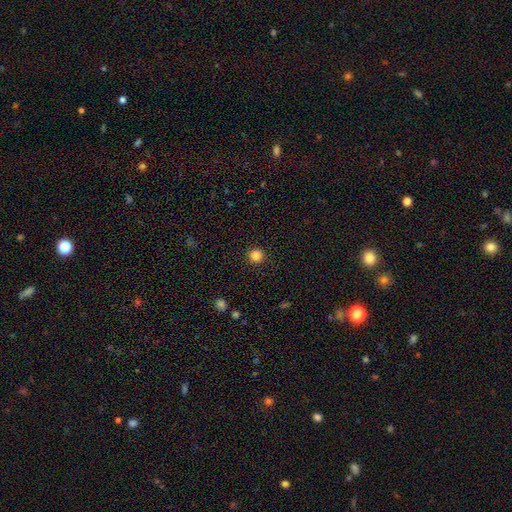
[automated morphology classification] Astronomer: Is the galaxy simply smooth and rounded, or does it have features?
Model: smooth — 84%.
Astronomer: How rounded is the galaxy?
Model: round — 95%.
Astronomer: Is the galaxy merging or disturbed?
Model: none — 93%.